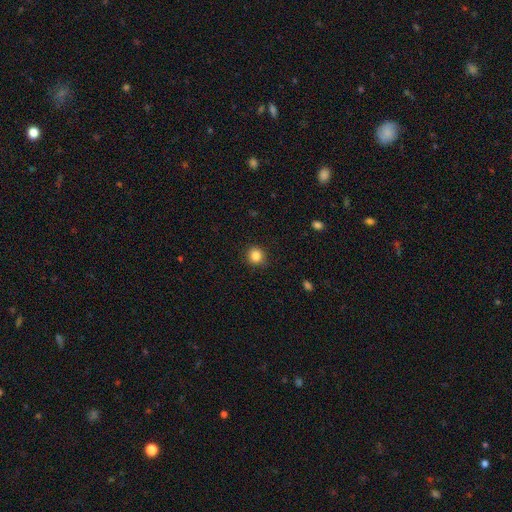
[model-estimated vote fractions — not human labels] Overall: smooth (85%). How rounded: round (90%). Merging: none (90%).